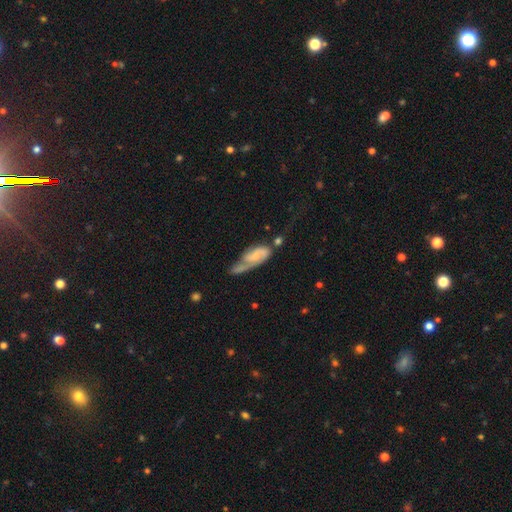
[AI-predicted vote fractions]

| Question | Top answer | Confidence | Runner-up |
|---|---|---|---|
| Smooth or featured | featured or disk | 65% | smooth (28%) |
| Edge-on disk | no | 93% | yes (7%) |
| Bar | no | 56% | weak (35%) |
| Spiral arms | yes | 87% | no (13%) |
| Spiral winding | medium | 42% | tight (31%) |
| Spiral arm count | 2 | 61% | 1 (22%) |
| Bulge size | small | 51% | moderate (23%) |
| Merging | none | 32% | major disturbance (26%) |